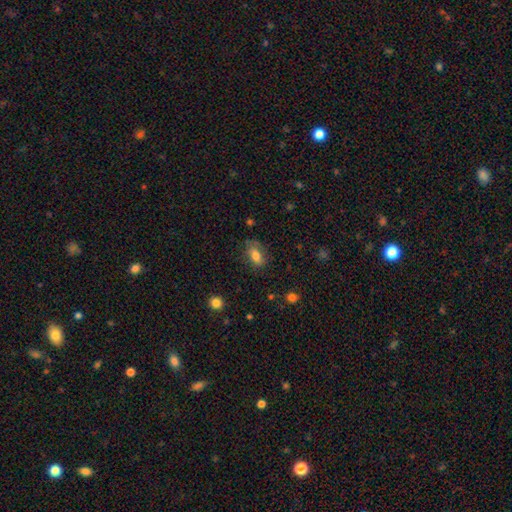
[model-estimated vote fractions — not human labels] A smooth galaxy with no disk features (77%) that is in between round and cigar-shaped (86%). Merging: none (68%).